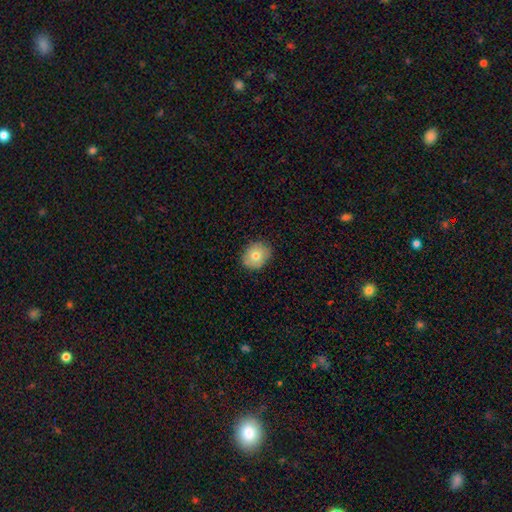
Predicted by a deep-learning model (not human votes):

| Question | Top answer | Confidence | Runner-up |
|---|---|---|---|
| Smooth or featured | smooth | 76% | featured or disk (15%) |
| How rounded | round | 57% | in between (42%) |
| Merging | none | 85% | minor disturbance (12%) |